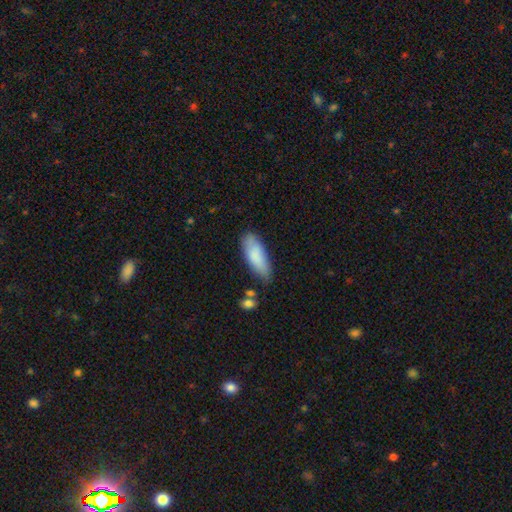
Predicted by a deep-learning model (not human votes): This appears to be a smooth galaxy with no disk features (85%) that is in between round and cigar-shaped (69%). Merging: none (74%).